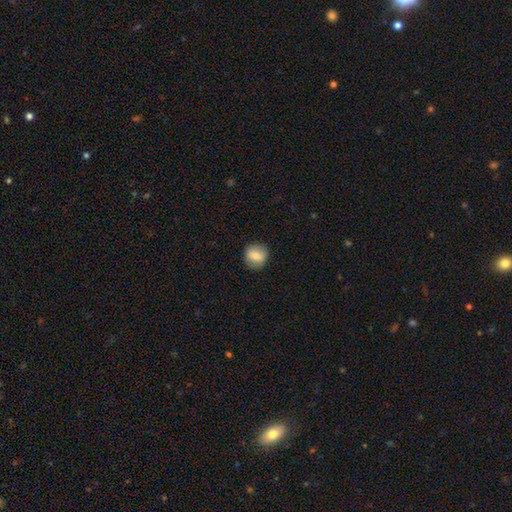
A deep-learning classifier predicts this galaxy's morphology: Overall: smooth (75%). How rounded: round (87%). Merging: none (86%).